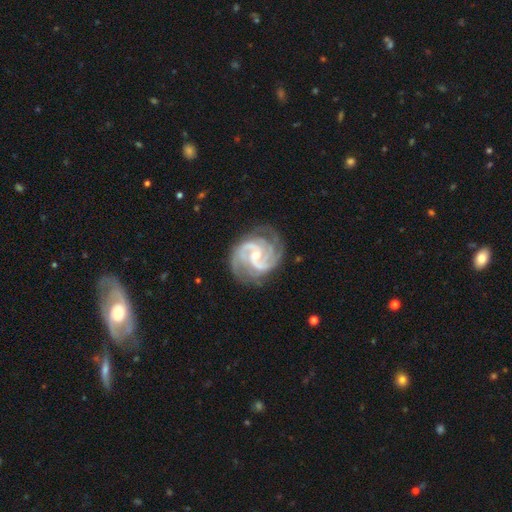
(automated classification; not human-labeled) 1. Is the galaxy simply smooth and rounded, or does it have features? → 93% featured or disk, 4% star or artifact, 3% smooth.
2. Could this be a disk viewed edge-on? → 98% no, 2% yes.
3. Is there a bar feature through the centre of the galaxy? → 50% weak, 33% no, 17% strong.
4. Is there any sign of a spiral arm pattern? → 99% yes, 1% no.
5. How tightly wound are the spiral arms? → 50% medium, 42% tight, 8% loose.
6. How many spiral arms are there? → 54% 2, 23% 3, 8% can't tell, 6% 4, 4% more than 4, 4% 1.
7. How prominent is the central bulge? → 59% small, 37% moderate, 2% none, 1% large, 1% dominant.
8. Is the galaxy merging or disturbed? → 74% none, 18% minor disturbance, 7% major disturbance, 1% merger.